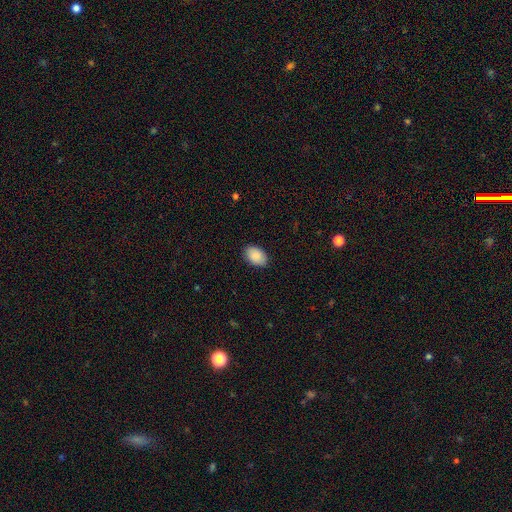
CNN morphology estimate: Smooth or featured?
  - smooth: 89% *
  - star or artifact: 6%
  - featured or disk: 4%
How rounded?
  - in between: 90% *
  - round: 9%
  - cigar-shaped: 1%
Merging?
  - none: 87% *
  - minor disturbance: 10%
  - major disturbance: 2%
  - merger: 1%